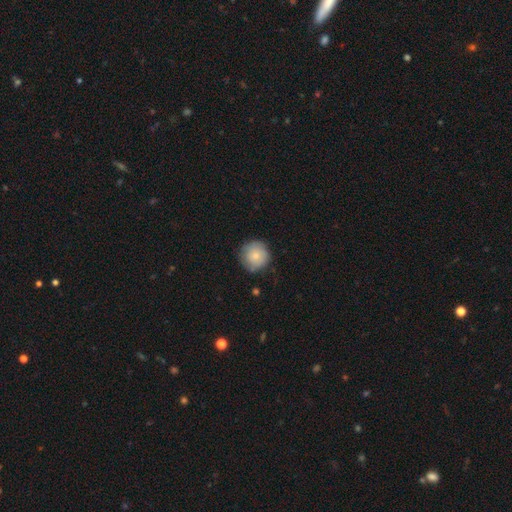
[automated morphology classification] Smooth or featured? Predicted: smooth (p=0.82). How rounded? Predicted: round (p=0.95). Merging? Predicted: none (p=0.82).